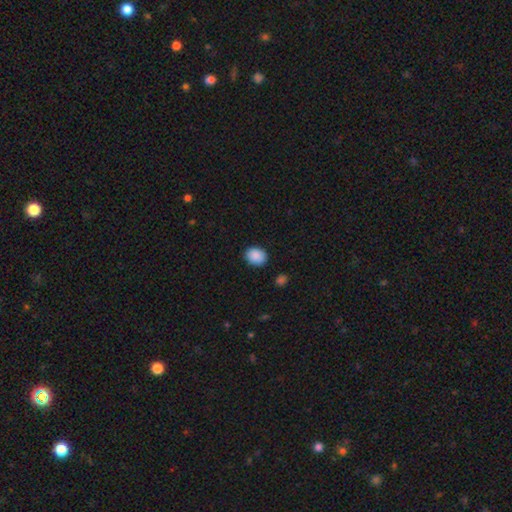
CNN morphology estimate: Q: Smooth or featured?
A: smooth (89%); runner-up: star or artifact (8%)
Q: How rounded?
A: round (51%); runner-up: in between (49%)
Q: Merging?
A: none (86%); runner-up: minor disturbance (10%)